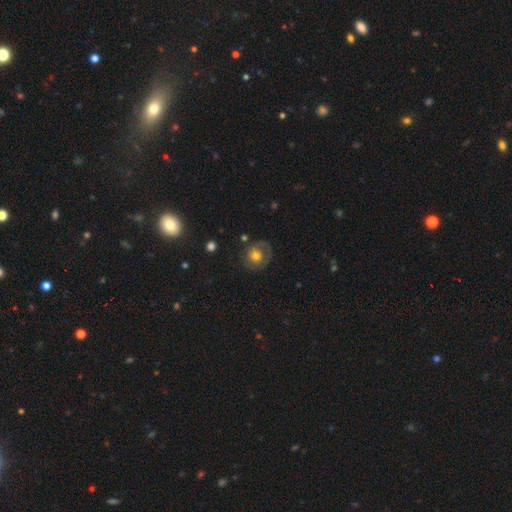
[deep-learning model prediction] The model was most divided on "smooth or featured": smooth: 52%, featured or disk: 39%, star or artifact: 9%. More confident: how rounded — round (82%); merging — none (64%).